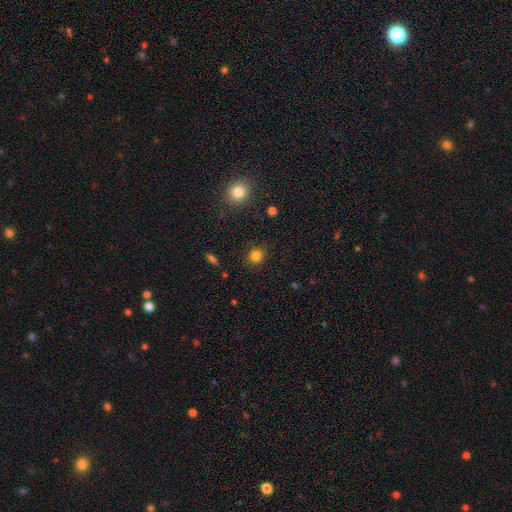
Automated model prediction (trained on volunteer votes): A smooth galaxy with no disk features (83%) that is round (85%).

Vote fractions:
- Smooth or featured? smooth: 83% / star or artifact: 13% / featured or disk: 4%
- How rounded? round: 85% / in between: 14% / cigar-shaped: 1%
- Merging? none: 89% / minor disturbance: 7% / major disturbance: 3% / merger: 1%